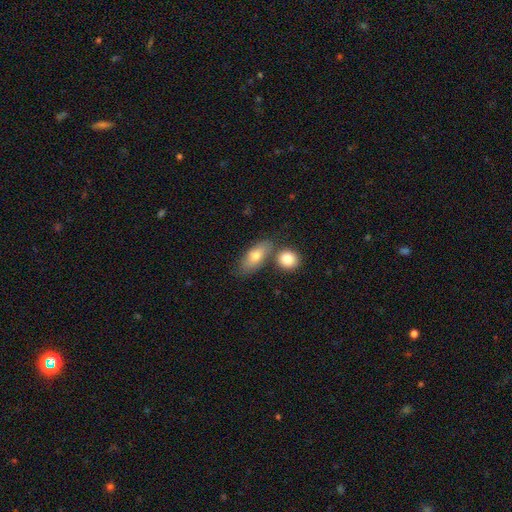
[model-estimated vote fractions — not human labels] smooth_or_featured: smooth (p=0.75) [alt: featured or disk p=0.18]
how_rounded: in between (p=0.80) [alt: cigar-shaped p=0.13]
merging: none (p=0.52) [alt: merger p=0.28]